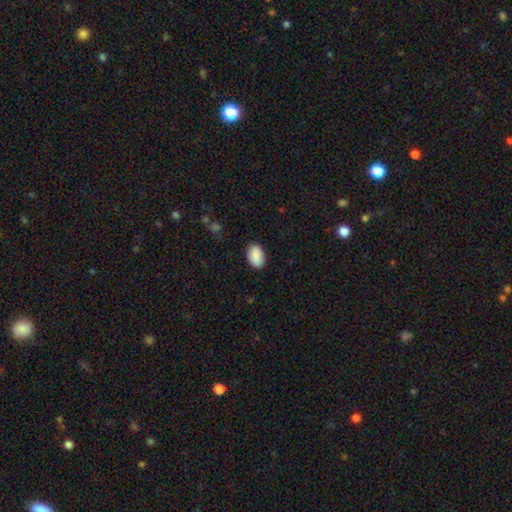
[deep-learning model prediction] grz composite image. It shows a smooth galaxy with no disk features (88%) that is in between round and cigar-shaped (89%). Merging: none (86%).